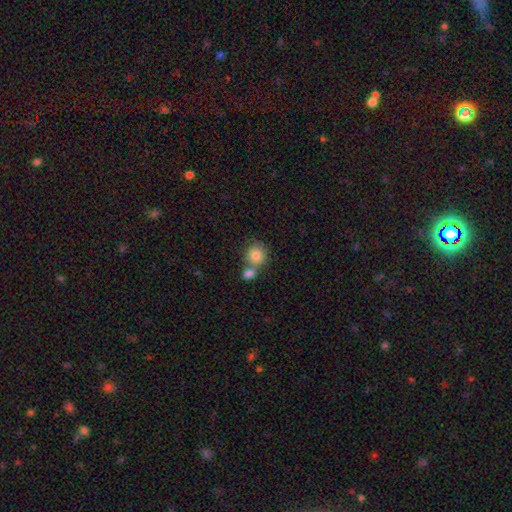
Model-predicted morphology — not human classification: type=smooth (83%); roundness=round (85%); merging=none (47%).